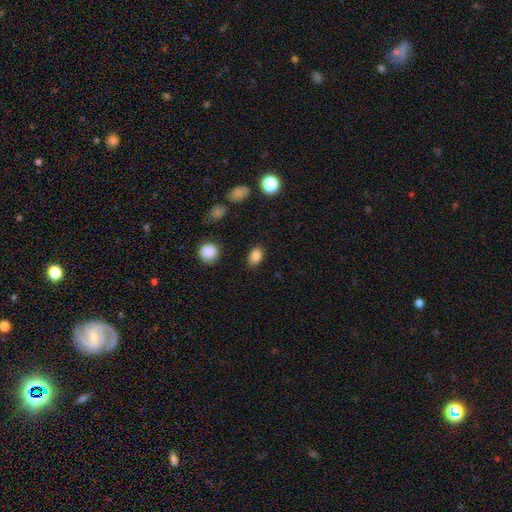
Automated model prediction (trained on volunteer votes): smooth-or-featured: smooth: 84% | star or artifact: 11% | featured or disk: 5%
  how-rounded: in between: 75% | round: 24% | cigar-shaped: 1%
  merging: none: 85% | minor disturbance: 10% | major disturbance: 3% | merger: 2%